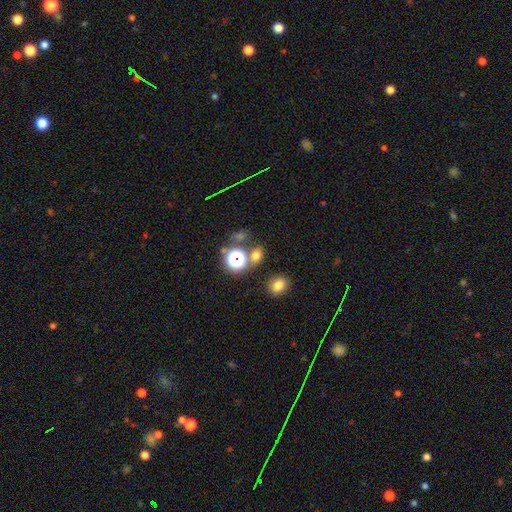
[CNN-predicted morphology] This appears to be a smooth galaxy with no disk features (65%) that is round (58%). Merging: none (70%).